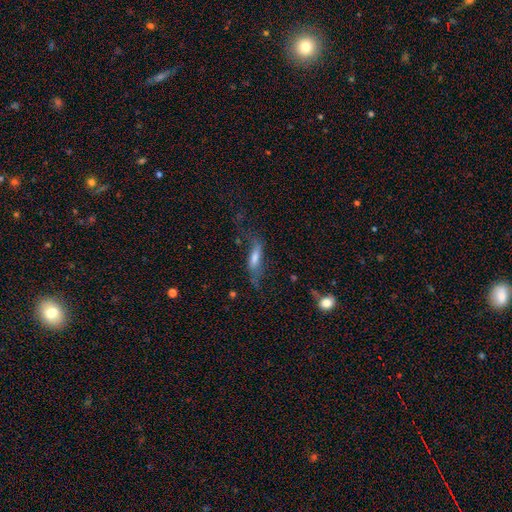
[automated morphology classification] The model was most divided on "edge-on disk": no: 54%, yes: 46%. Remaining: smooth or featured — featured or disk (55%); merging — none (48%).